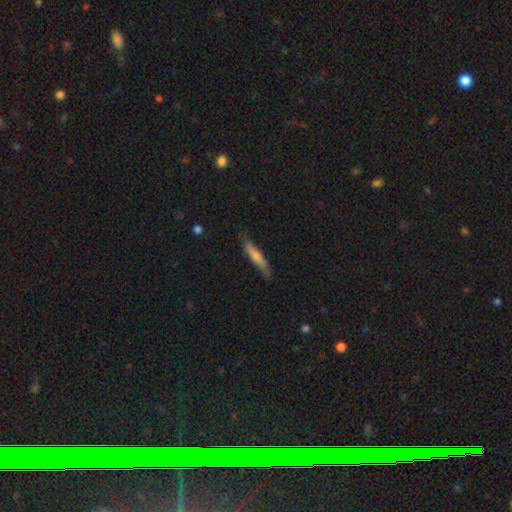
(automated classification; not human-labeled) Smooth or featured?
  - featured or disk: 48% *
  - smooth: 45%
  - star or artifact: 7%
Merging?
  - none: 82% *
  - minor disturbance: 14%
  - major disturbance: 2%
  - merger: 1%